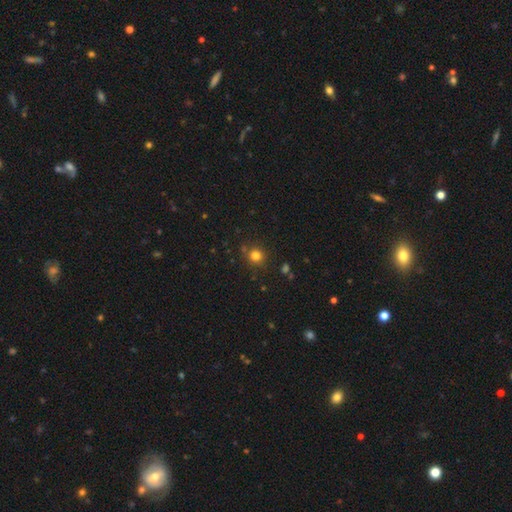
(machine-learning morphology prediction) The model was most divided on "smooth or featured": smooth: 79%, star or artifact: 15%, featured or disk: 6%. More confident: how rounded — round (91%); merging — none (83%).